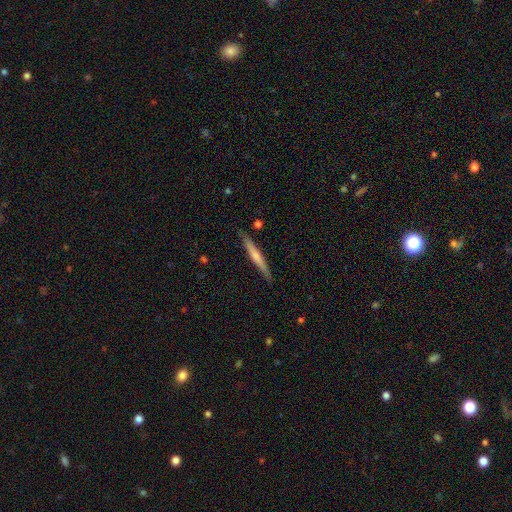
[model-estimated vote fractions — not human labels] smooth_or_featured: smooth (p=0.54) [alt: featured or disk p=0.41]
how_rounded: cigar-shaped (p=0.96) [alt: in between p=0.03]
merging: none (p=0.87) [alt: minor disturbance p=0.10]